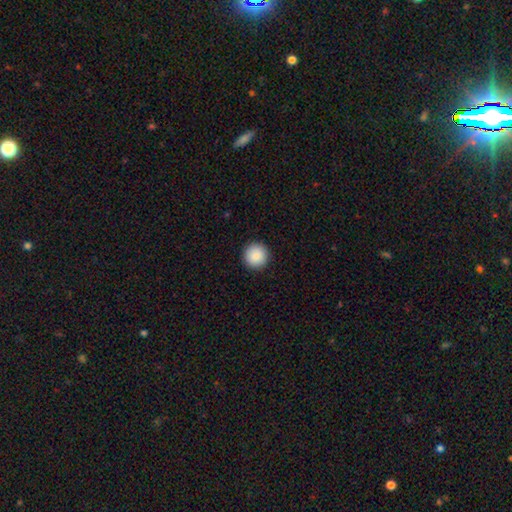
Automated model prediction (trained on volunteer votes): Smooth or featured: smooth — 89% (star or artifact — 7%)
How rounded: round — 96% (in between — 3%)
Merging: none — 93% (minor disturbance — 5%)